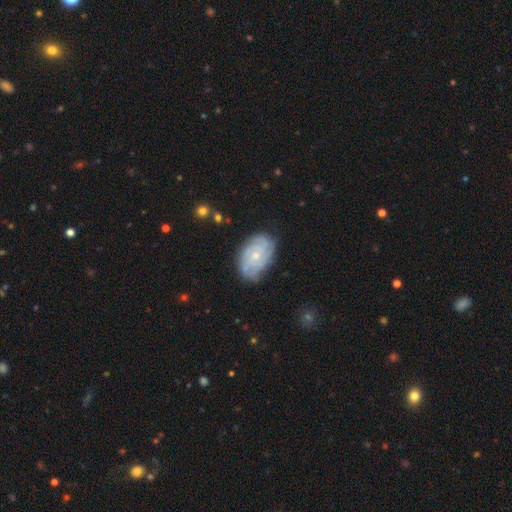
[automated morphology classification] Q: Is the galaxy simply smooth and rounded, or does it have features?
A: featured or disk — 75%.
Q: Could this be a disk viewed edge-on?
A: no — 97%.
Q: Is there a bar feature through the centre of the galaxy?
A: no — 74%.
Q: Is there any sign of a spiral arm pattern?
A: yes — 93%.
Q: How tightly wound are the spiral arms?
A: tight — 71%.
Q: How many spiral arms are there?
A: can't tell — 39%.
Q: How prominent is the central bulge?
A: small — 65%.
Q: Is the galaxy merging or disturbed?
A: none — 77%.